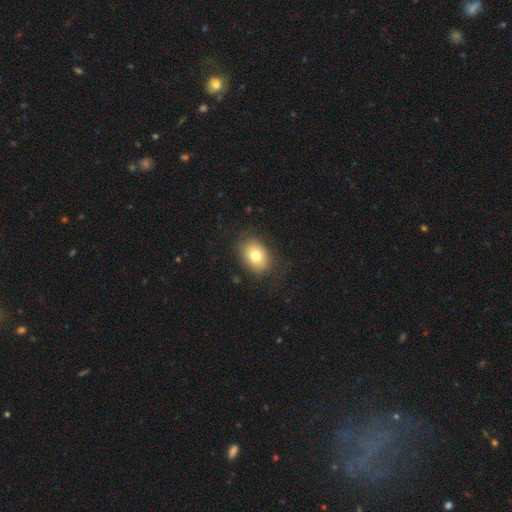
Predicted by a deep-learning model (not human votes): The model was most divided on "how rounded": in between: 69%, round: 30%, cigar-shaped: 1%. More confident: merging — none (81%); smooth or featured — smooth (77%).